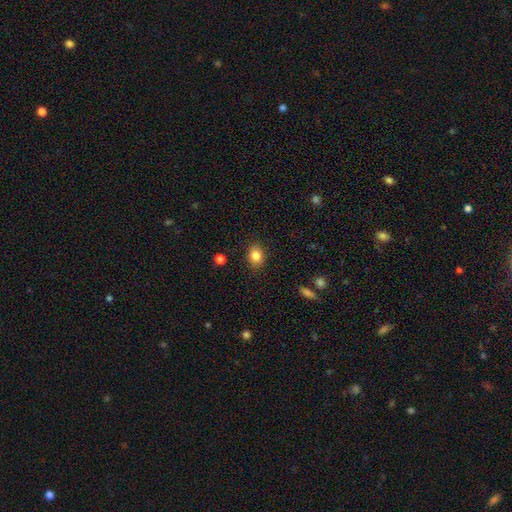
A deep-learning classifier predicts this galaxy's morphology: This appears to be a smooth galaxy with no disk features (84%) that is in between round and cigar-shaped (58%). Merging: none (87%).